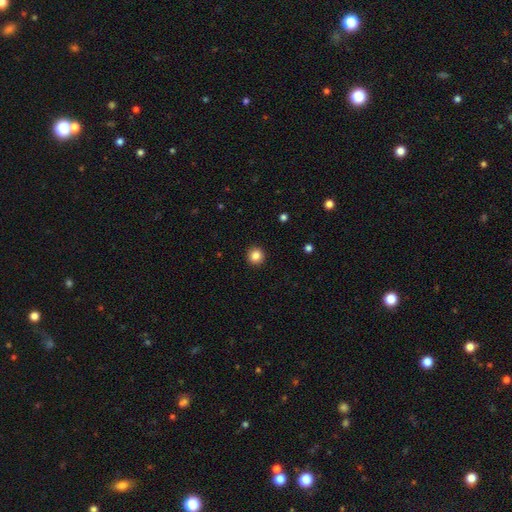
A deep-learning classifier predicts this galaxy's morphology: smooth-or-featured: smooth: 85% | star or artifact: 10% | featured or disk: 5%
  how-rounded: round: 94% | in between: 5% | cigar-shaped: 1%
  merging: none: 93% | minor disturbance: 5% | major disturbance: 2% | merger: 1%